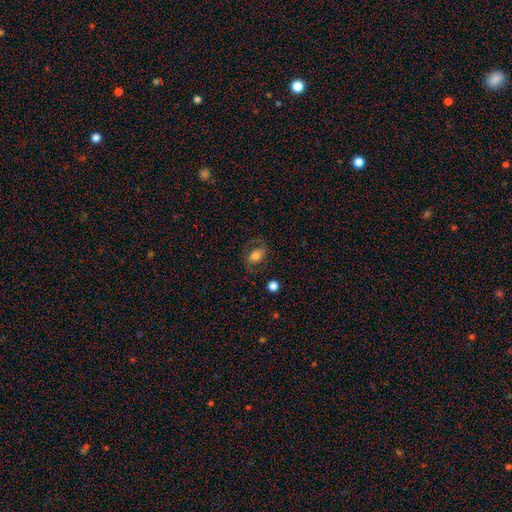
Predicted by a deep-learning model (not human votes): Q: Smooth or featured?
A: featured or disk (52%); runner-up: smooth (39%)
Q: Edge-on disk?
A: no (95%); runner-up: yes (5%)
Q: Merging?
A: none (69%); runner-up: minor disturbance (16%)